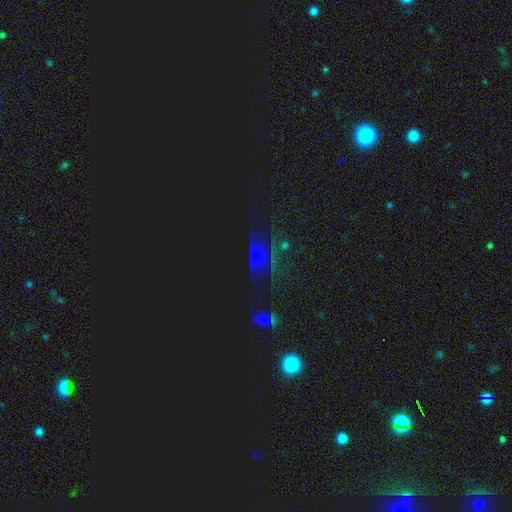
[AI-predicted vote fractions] Overall: star or artifact (67%).